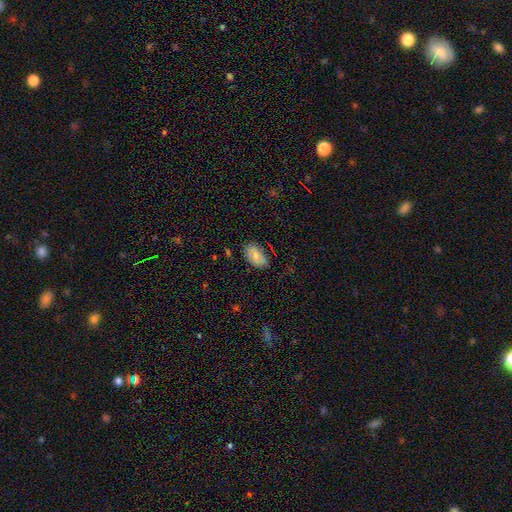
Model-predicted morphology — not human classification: This appears to be a smooth galaxy with no disk features (76%) that is in between round and cigar-shaped (93%). Merging: none (78%).